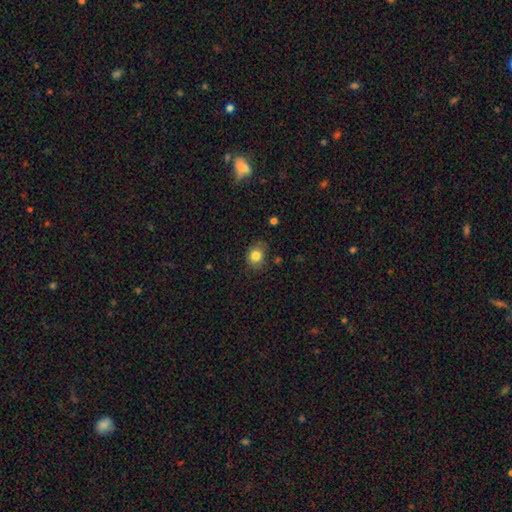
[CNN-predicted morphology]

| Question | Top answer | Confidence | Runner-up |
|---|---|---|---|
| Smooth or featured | smooth | 83% | star or artifact (11%) |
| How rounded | round | 63% | in between (36%) |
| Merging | none | 74% | minor disturbance (20%) |